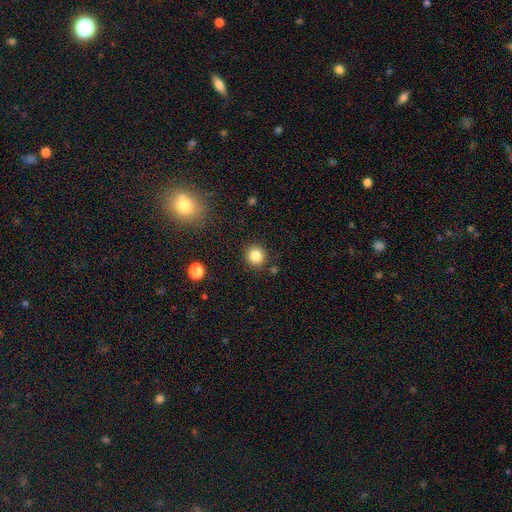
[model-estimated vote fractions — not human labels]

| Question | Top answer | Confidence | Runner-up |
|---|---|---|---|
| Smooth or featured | smooth | 84% | star or artifact (11%) |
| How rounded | round | 91% | in between (8%) |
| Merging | none | 88% | minor disturbance (7%) |